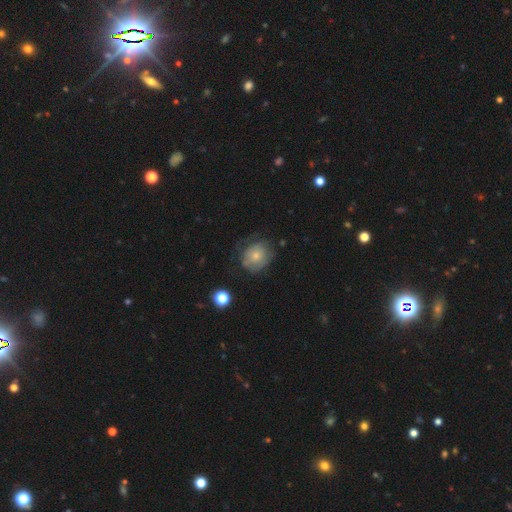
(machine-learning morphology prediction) smooth-or-featured: smooth: 62% | featured or disk: 30% | star or artifact: 8%
  how-rounded: round: 72% | in between: 27% | cigar-shaped: 1%
  merging: none: 53% | minor disturbance: 28% | major disturbance: 16% | merger: 2%